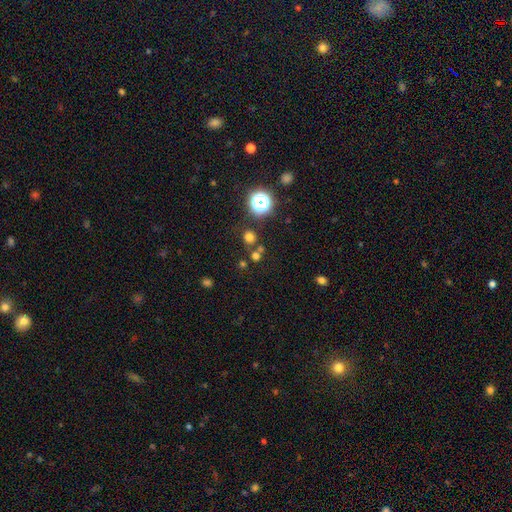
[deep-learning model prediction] Q: Smooth or featured?
A: smooth (62%); runner-up: star or artifact (30%)
Q: How rounded?
A: round (89%); runner-up: in between (10%)
Q: Merging?
A: none (68%); runner-up: merger (21%)